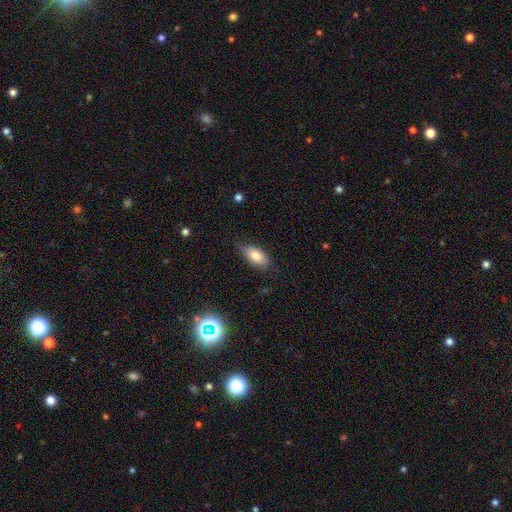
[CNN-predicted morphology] This appears to be a smooth galaxy with no disk features (81%) that is in between round and cigar-shaped (90%). Merging: none (74%).